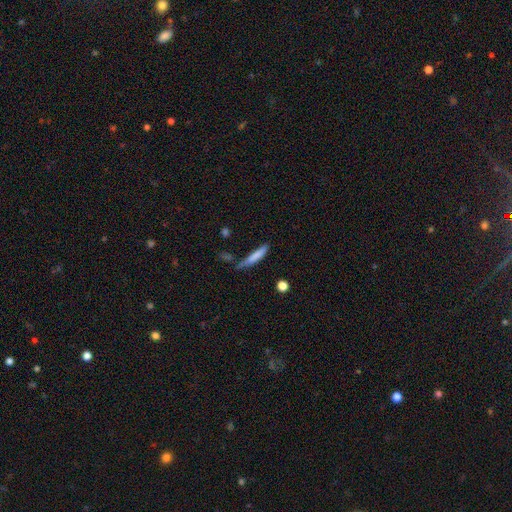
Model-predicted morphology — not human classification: A smooth galaxy with no disk features (75%) that is cigar-shaped (89%).

Vote fractions:
- Smooth or featured? smooth: 75% / featured or disk: 18% / star or artifact: 7%
- How rounded? cigar-shaped: 89% / in between: 9% / round: 2%
- Merging? none: 55% / minor disturbance: 26% / merger: 10% / major disturbance: 9%